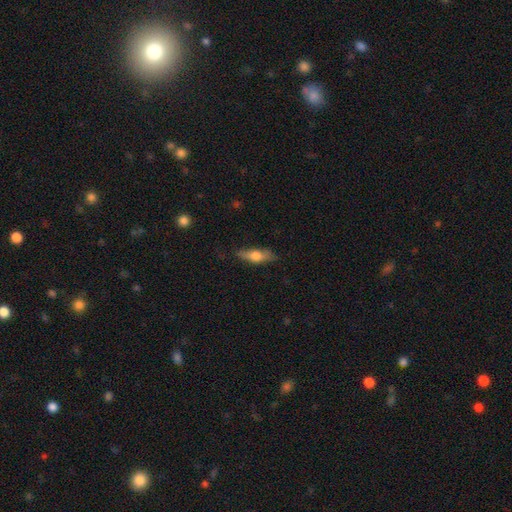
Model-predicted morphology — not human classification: Smooth or featured? smooth (55%)
How rounded? cigar-shaped (51%)
Merging? none (78%)